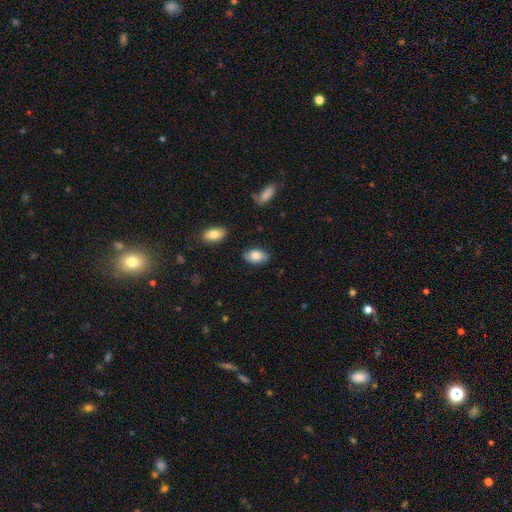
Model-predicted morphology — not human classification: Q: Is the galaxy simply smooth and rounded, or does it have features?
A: smooth — 76%.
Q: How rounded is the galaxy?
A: in between — 92%.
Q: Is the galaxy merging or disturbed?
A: none — 79%.